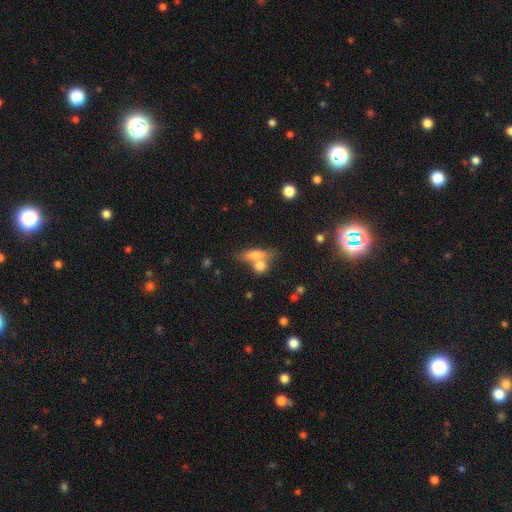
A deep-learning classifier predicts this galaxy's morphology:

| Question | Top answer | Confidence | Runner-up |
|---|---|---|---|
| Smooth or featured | smooth | 69% | featured or disk (22%) |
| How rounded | in between | 50% | cigar-shaped (40%) |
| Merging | none | 42% | tied: merger (42%) |